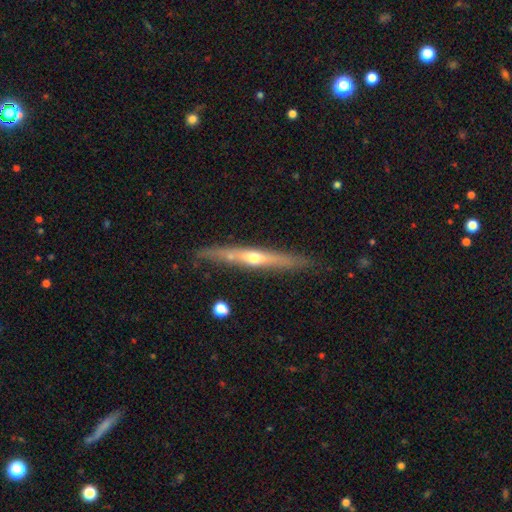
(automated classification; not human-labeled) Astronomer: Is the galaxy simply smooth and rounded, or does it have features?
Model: featured or disk — 72%.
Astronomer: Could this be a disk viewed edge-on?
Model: yes — 95%.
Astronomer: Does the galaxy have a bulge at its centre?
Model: rounded — 81%.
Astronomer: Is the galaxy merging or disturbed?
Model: none — 84%.